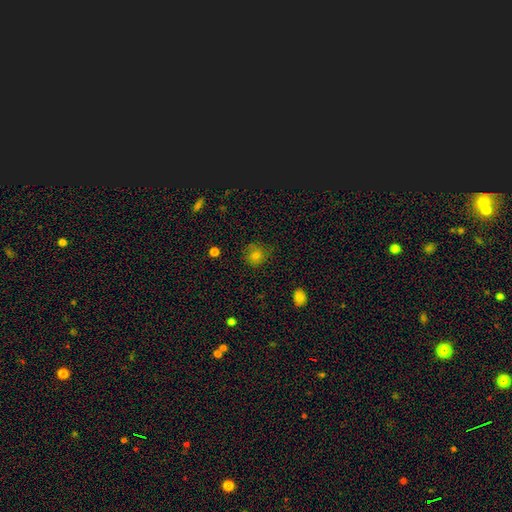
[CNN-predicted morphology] Q: Smooth or featured?
A: smooth (75%); runner-up: star or artifact (16%)
Q: How rounded?
A: round (88%); runner-up: in between (11%)
Q: Merging?
A: none (78%); runner-up: minor disturbance (16%)